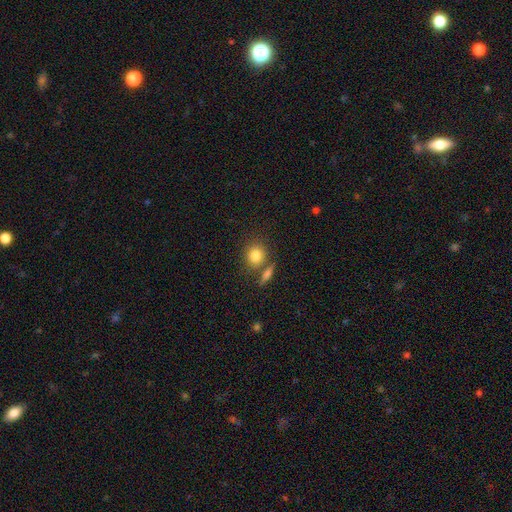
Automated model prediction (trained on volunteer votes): Morphology: type=smooth (81%); roundness=round (75%); merging=none (64%).